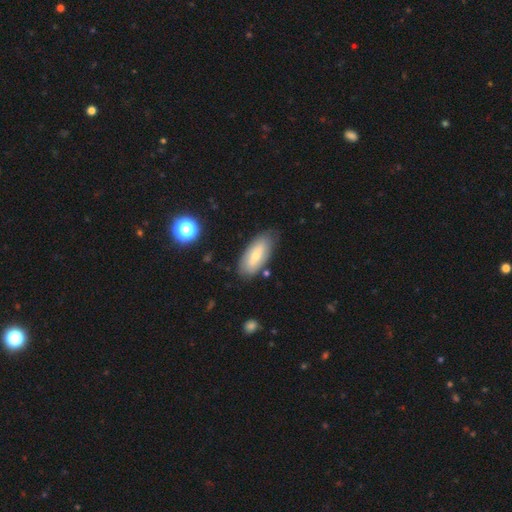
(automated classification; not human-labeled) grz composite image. It shows a smooth galaxy with no disk features (62%) that is in between round and cigar-shaped (86%). Merging: none (77%).